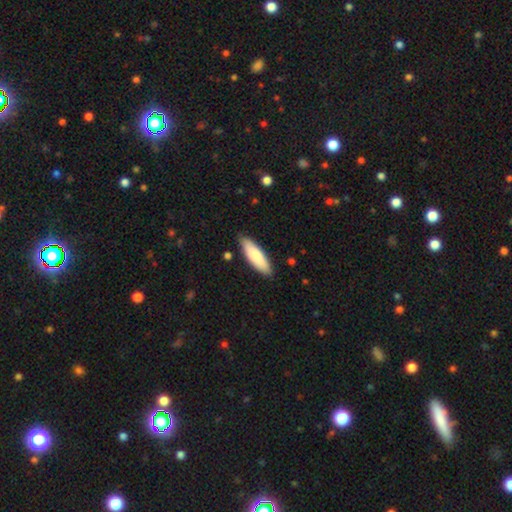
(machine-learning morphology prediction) Smooth or featured: smooth — 80% (featured or disk — 15%)
How rounded: in between — 50% (cigar-shaped — 48%)
Merging: none — 86% (minor disturbance — 11%)